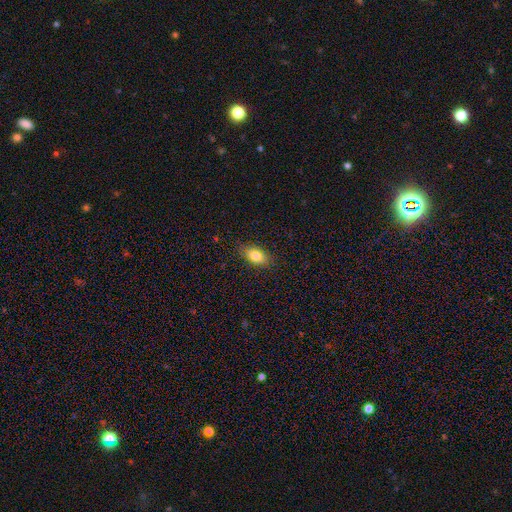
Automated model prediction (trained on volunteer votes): Overall: smooth (81%). How rounded: in between (88%). Merging: none (86%).